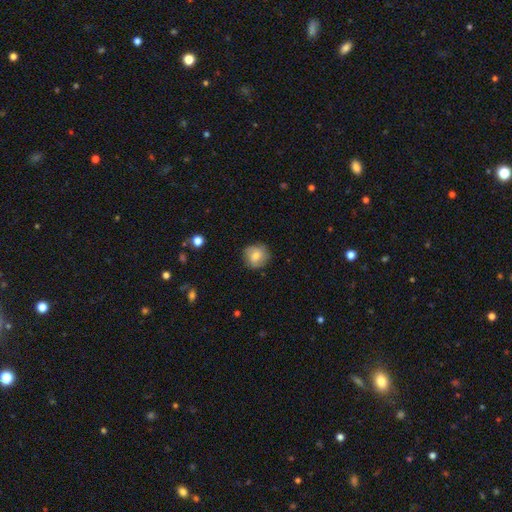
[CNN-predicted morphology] smooth_or_featured: smooth (p=0.71) [alt: featured or disk p=0.21]
how_rounded: round (p=0.88) [alt: in between p=0.11]
merging: none (p=0.78) [alt: minor disturbance p=0.17]